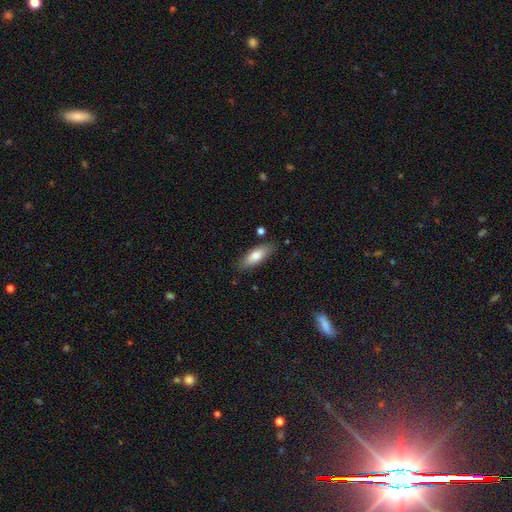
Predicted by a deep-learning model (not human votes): smooth 76%, featured or disk 17%, star or artifact 6%. Down the decision tree: how rounded — in between (71%); merging — none (82%).